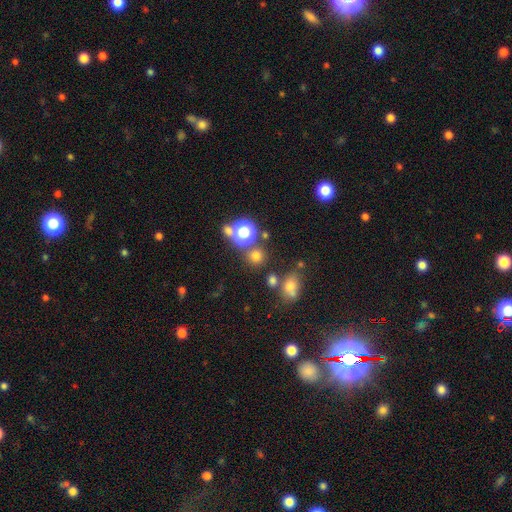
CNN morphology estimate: Smooth or featured? smooth (68%)
How rounded? round (89%)
Merging? none (77%)